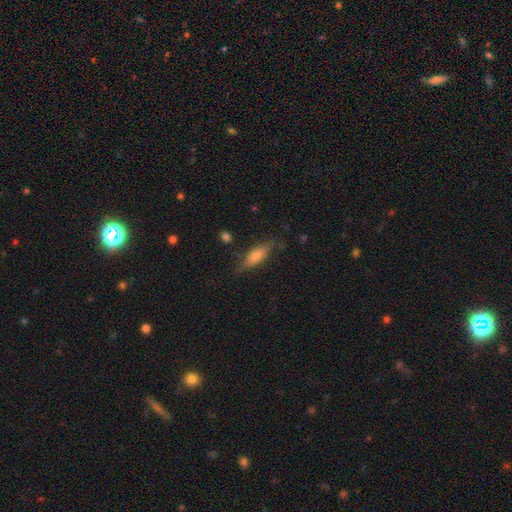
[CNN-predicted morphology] A smooth galaxy with no disk features (59%) that is cigar-shaped (50%). Merging: none (73%).